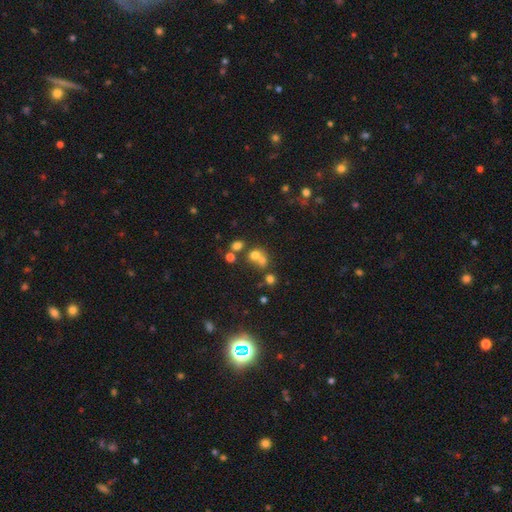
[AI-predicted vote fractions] Smooth or featured?
  - smooth: 64% *
  - star or artifact: 20%
  - featured or disk: 16%
How rounded?
  - round: 74% *
  - in between: 25%
  - cigar-shaped: 1%
Merging?
  - merger: 48% *
  - none: 41%
  - minor disturbance: 7%
  - major disturbance: 4%